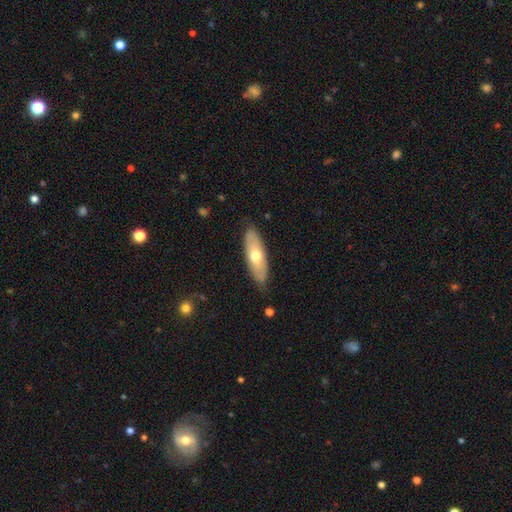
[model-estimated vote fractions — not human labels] A smooth galaxy with no disk features (60%) that is in between round and cigar-shaped (64%). Merging: none (81%).